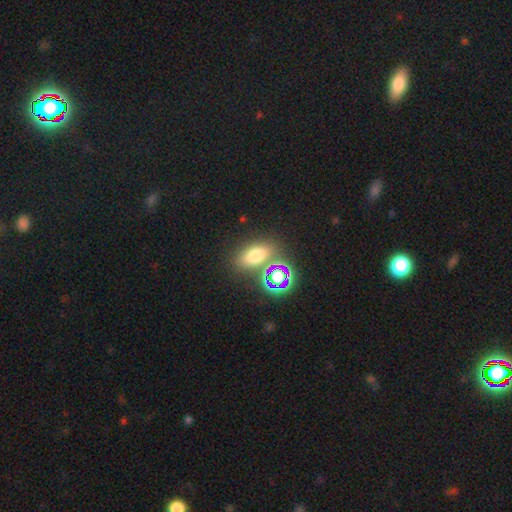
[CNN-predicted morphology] Smooth or featured?
  - smooth: 62% *
  - star or artifact: 27%
  - featured or disk: 11%
How rounded?
  - in between: 75% *
  - round: 20%
  - cigar-shaped: 5%
Merging?
  - none: 74% *
  - minor disturbance: 11%
  - merger: 10%
  - major disturbance: 5%